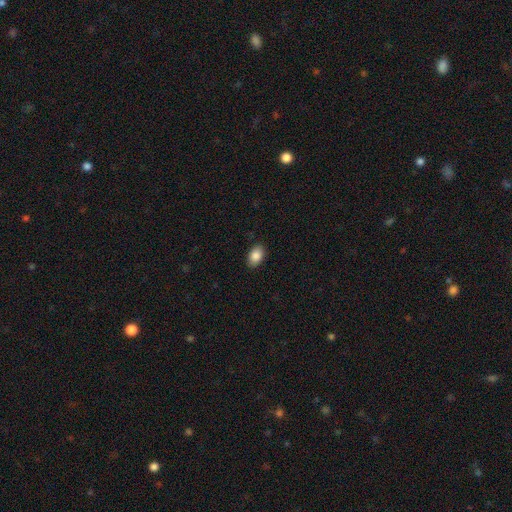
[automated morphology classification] smooth 87%, star or artifact 7%, featured or disk 5%. Down the decision tree: how rounded — in between (89%); merging — none (89%).